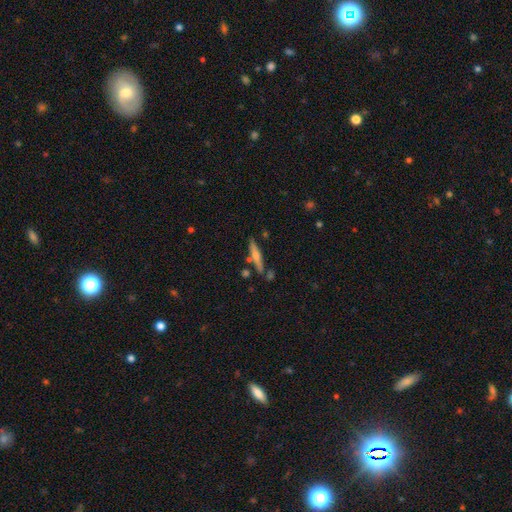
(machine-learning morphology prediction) This is possibly a featured or disk galaxy (53%). It is clearly viewed edge-on (94%). Edge-on bulge: clearly rounded (82%). Merging: likely none (77%).